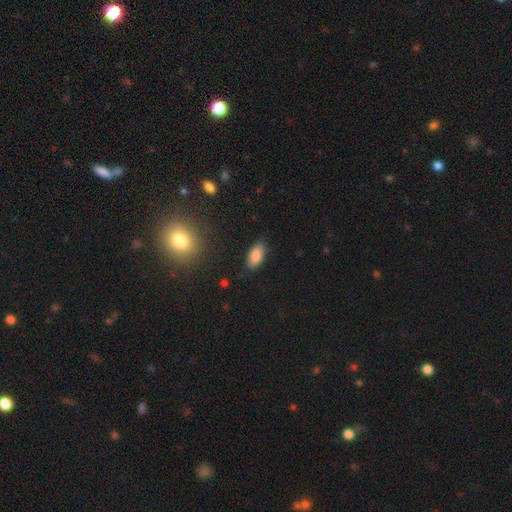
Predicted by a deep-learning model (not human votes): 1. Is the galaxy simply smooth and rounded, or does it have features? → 86% smooth, 8% star or artifact, 6% featured or disk.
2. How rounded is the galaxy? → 91% in between, 6% cigar-shaped, 2% round.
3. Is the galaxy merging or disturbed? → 83% none, 13% minor disturbance, 3% major disturbance, 1% merger.